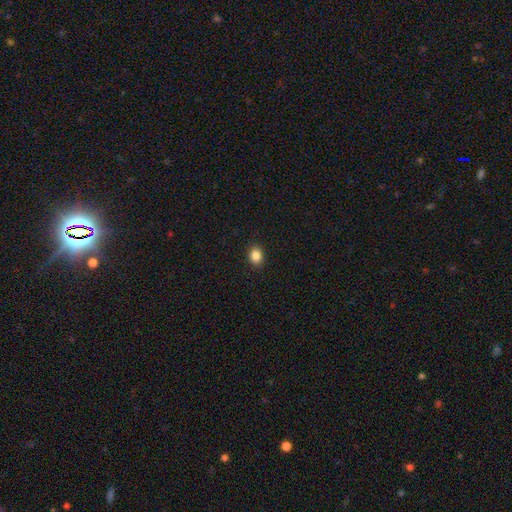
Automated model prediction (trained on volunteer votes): Smooth or featured? smooth (86%)
How rounded? round (50%, tied with in between)
Merging? none (91%)